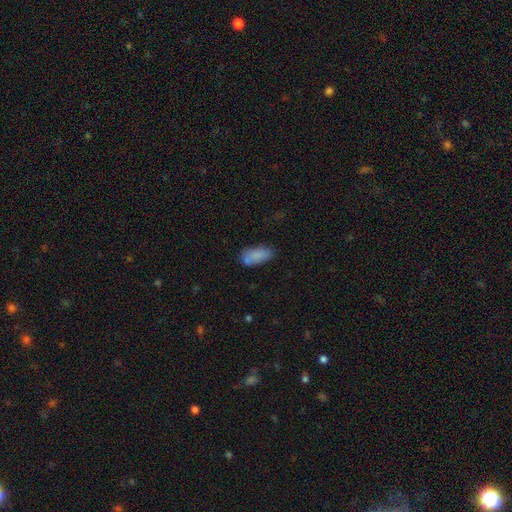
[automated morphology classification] smooth 80%, featured or disk 11%, star or artifact 9%. Down the decision tree: how rounded — in between (86%); merging — none (58%).